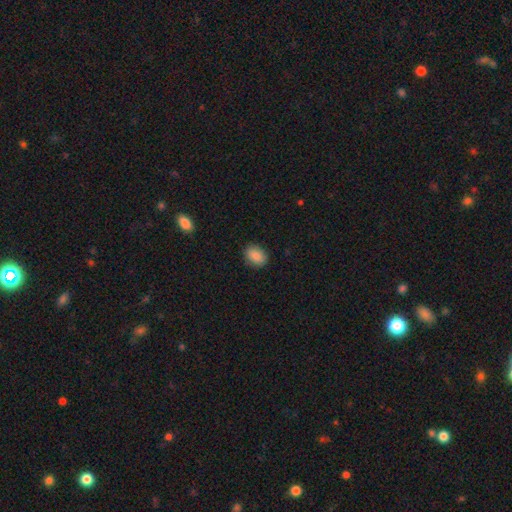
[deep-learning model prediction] Smooth or featured: smooth — 88% (star or artifact — 8%)
How rounded: in between — 72% (round — 26%)
Merging: none — 88% (minor disturbance — 9%)